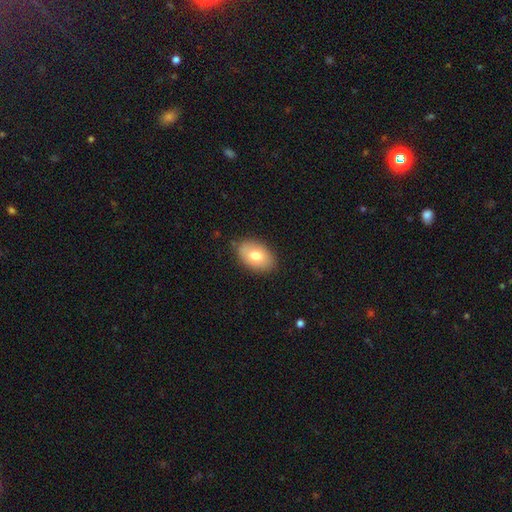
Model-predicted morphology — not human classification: Smooth or featured: smooth — 75% (featured or disk — 18%)
How rounded: in between — 90% (round — 9%)
Merging: none — 83% (minor disturbance — 13%)